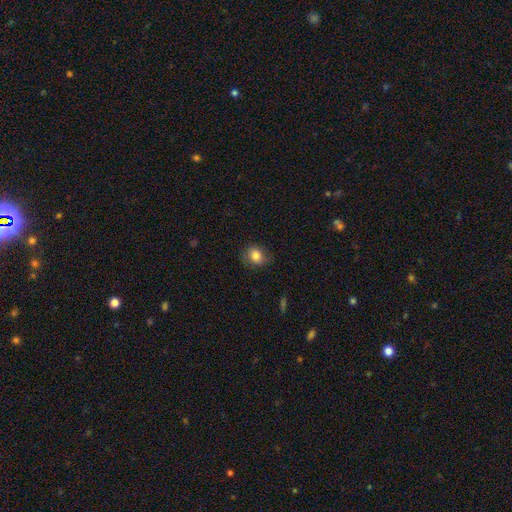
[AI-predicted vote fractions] Smooth or featured?
  - smooth: 80% *
  - featured or disk: 11%
  - star or artifact: 9%
How rounded?
  - round: 59% *
  - in between: 40%
  - cigar-shaped: 1%
Merging?
  - none: 73% *
  - minor disturbance: 20%
  - major disturbance: 6%
  - merger: 1%